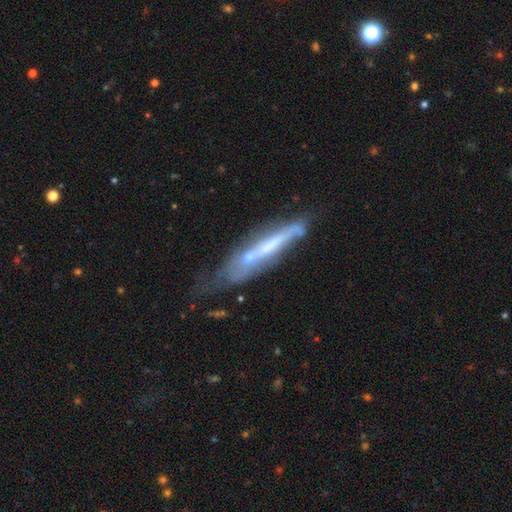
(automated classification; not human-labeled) Q: Smooth or featured?
A: featured or disk (64%); runner-up: smooth (27%)
Q: Edge-on disk?
A: yes (66%); runner-up: no (34%)
Q: Merging?
A: none (45%); runner-up: minor disturbance (29%)